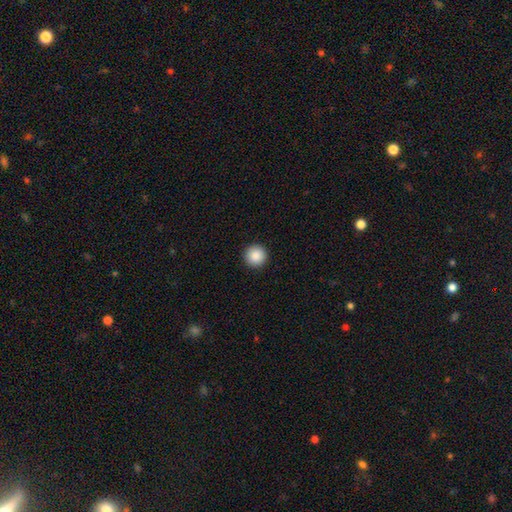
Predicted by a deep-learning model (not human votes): Smooth or featured: smooth — 88% (star or artifact — 9%)
How rounded: round — 97% (in between — 2%)
Merging: none — 94% (minor disturbance — 4%)